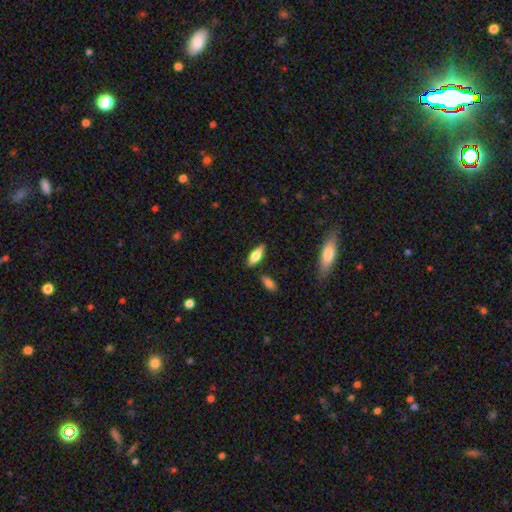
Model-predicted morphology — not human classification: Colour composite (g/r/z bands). It shows a smooth galaxy with no disk features (64%) that is in between round and cigar-shaped (67%). Merging: none (81%).